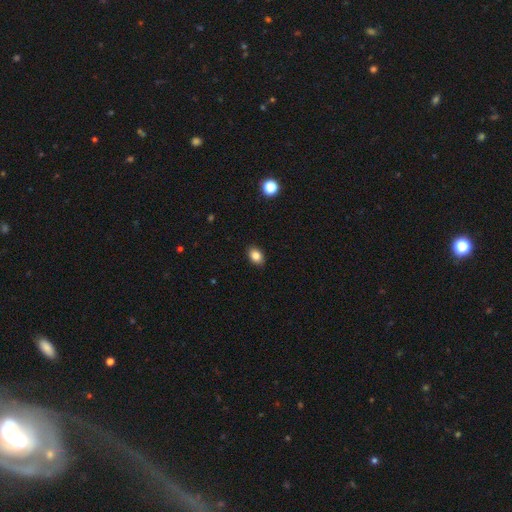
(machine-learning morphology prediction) Smooth or featured?
  - smooth: 84% *
  - star or artifact: 9%
  - featured or disk: 6%
How rounded?
  - in between: 78% *
  - round: 21%
  - cigar-shaped: 1%
Merging?
  - none: 90% *
  - minor disturbance: 7%
  - major disturbance: 2%
  - merger: 1%